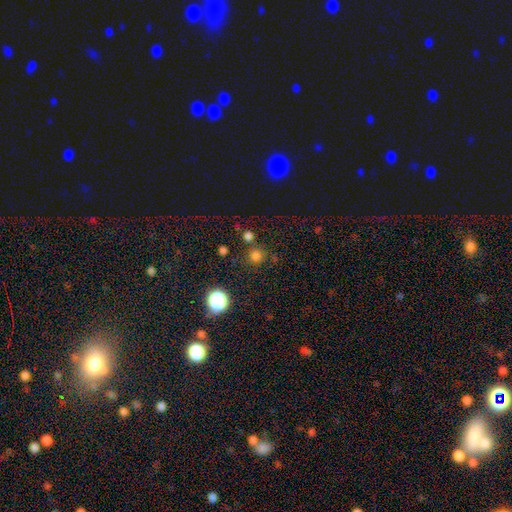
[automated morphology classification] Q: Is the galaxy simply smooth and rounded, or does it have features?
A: smooth — 71%.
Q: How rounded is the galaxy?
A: round — 92%.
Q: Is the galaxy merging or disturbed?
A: none — 76%.